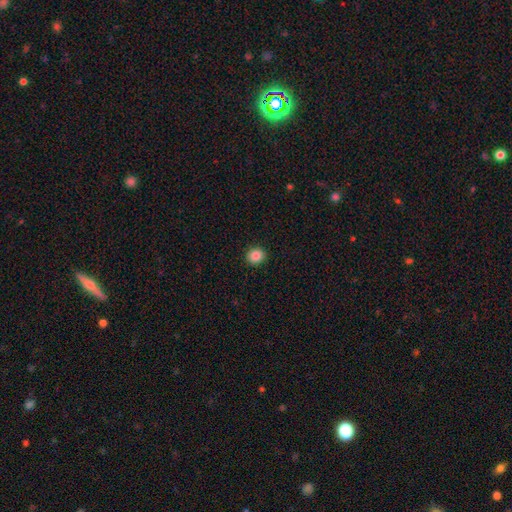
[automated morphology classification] Overall: smooth (86%). How rounded: round (85%). Merging: none (92%).